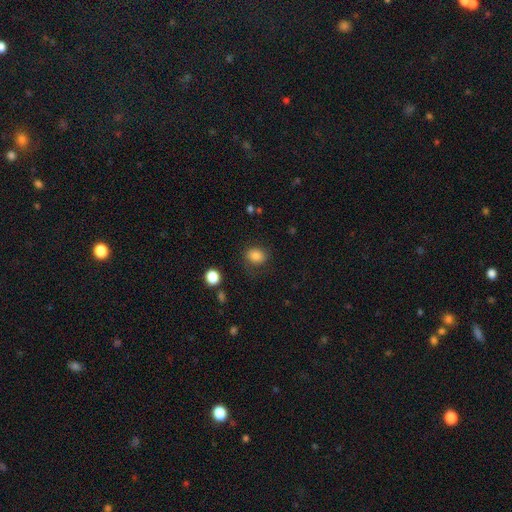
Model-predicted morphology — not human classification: The model was most divided on "how rounded": round: 56%, in between: 43%, cigar-shaped: 1%. More confident: smooth or featured — smooth (83%); merging — none (77%).